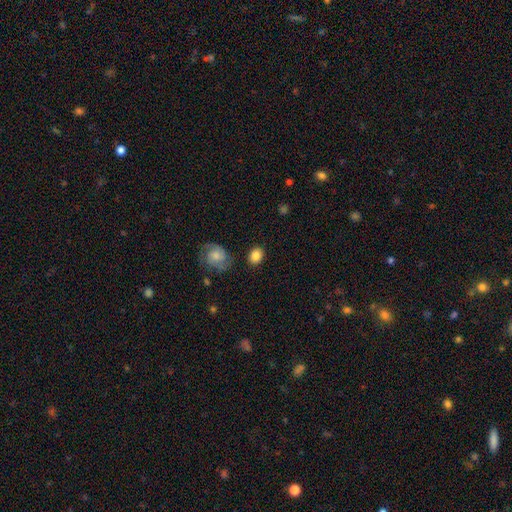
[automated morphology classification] smooth-or-featured: smooth: 83% | featured or disk: 10% | star or artifact: 7%
  how-rounded: in between: 52% | round: 47% | cigar-shaped: 1%
  merging: none: 80% | minor disturbance: 12% | merger: 4% | major disturbance: 4%